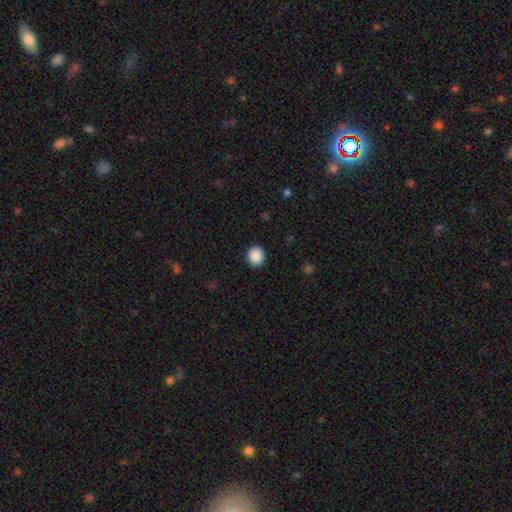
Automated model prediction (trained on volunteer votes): A smooth galaxy with no disk features (89%) that is round (82%). Merging: none (91%).